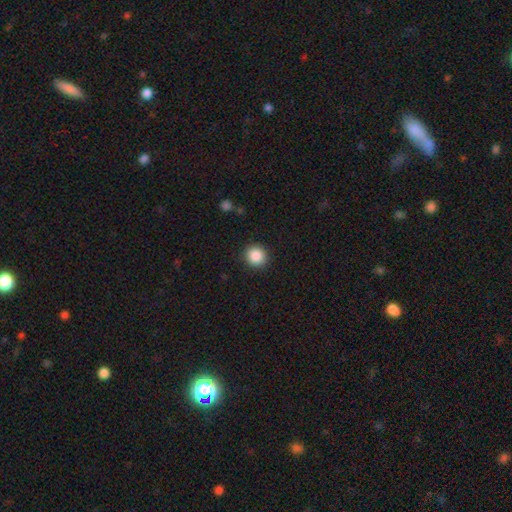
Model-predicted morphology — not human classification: This is clearly a smooth galaxy (87%). How rounded: clearly round (92%). Merging: clearly none (91%).